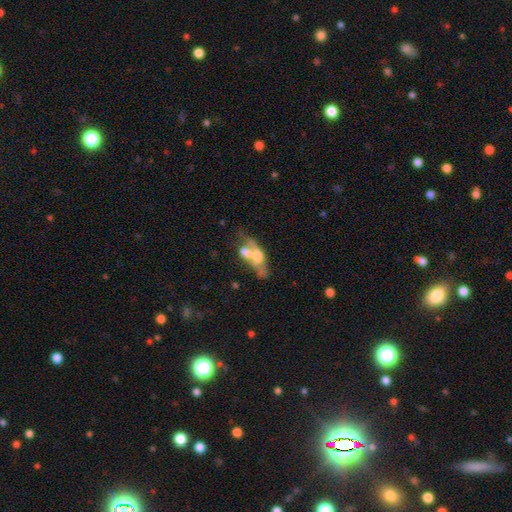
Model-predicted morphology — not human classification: featured or disk 50%, smooth 39%, star or artifact 11%. Down the decision tree: edge-on disk — no (81%); merging — merger (54%).